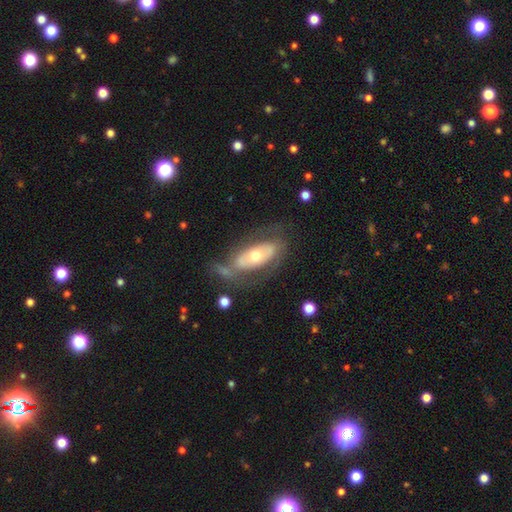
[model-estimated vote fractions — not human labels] smooth-or-featured: featured or disk: 58% | smooth: 36% | star or artifact: 6%
  disk-edge-on: no: 84% | yes: 16%
  merging: none: 56% | minor disturbance: 21% | major disturbance: 16% | merger: 8%